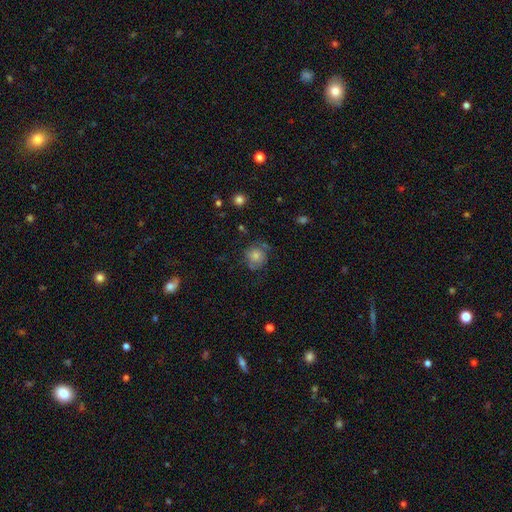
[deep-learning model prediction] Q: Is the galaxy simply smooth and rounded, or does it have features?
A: smooth — 73%.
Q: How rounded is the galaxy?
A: round — 86%.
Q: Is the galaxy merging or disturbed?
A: none — 61%.